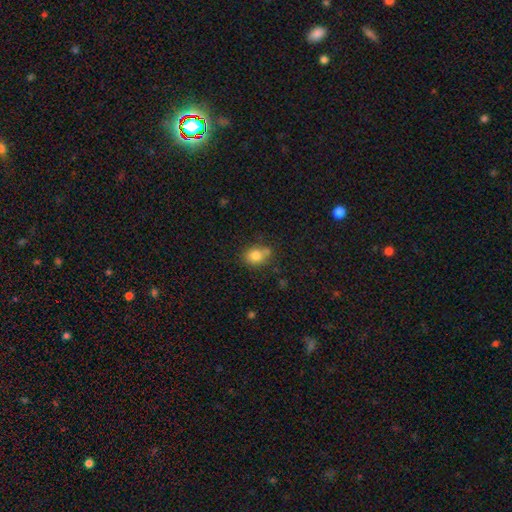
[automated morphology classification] Smooth or featured: smooth — 80% (star or artifact — 11%)
How rounded: round — 55% (in between — 44%)
Merging: none — 62% (minor disturbance — 19%)